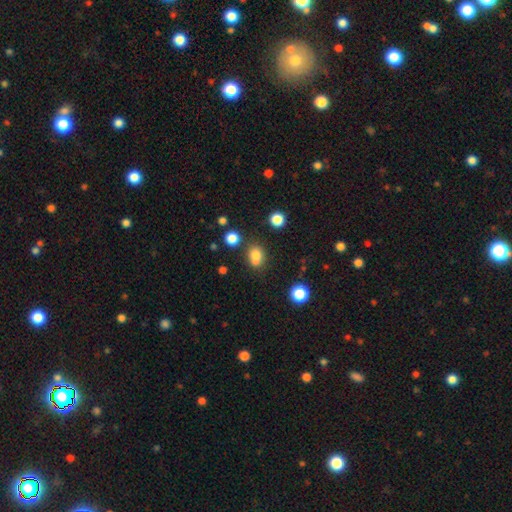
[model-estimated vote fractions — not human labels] smooth_or_featured: smooth (p=0.77) [alt: star or artifact p=0.14]
how_rounded: round (p=0.53) [alt: in between p=0.46]
merging: none (p=0.51) [alt: merger p=0.30]